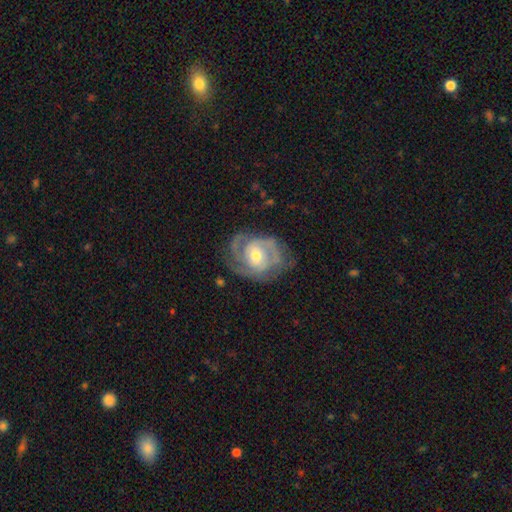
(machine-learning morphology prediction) Smooth or featured?
  - featured or disk: 84% *
  - smooth: 11%
  - star or artifact: 5%
Edge-on disk?
  - no: 97% *
  - yes: 3%
Bar?
  - no: 60% *
  - weak: 33%
  - strong: 7%
Spiral arms?
  - yes: 94% *
  - no: 6%
Spiral winding?
  - tight: 52% *
  - medium: 39%
  - loose: 9%
Spiral arm count?
  - 2: 37% *
  - 3: 29%
  - can't tell: 20%
  - 4: 5%
  - 1: 5%
  - more than 4: 4%
Bulge size?
  - moderate: 64% *
  - small: 28%
  - large: 5%
  - none: 1%
  - dominant: 1%
Merging?
  - none: 65% *
  - minor disturbance: 22%
  - major disturbance: 12%
  - merger: 1%